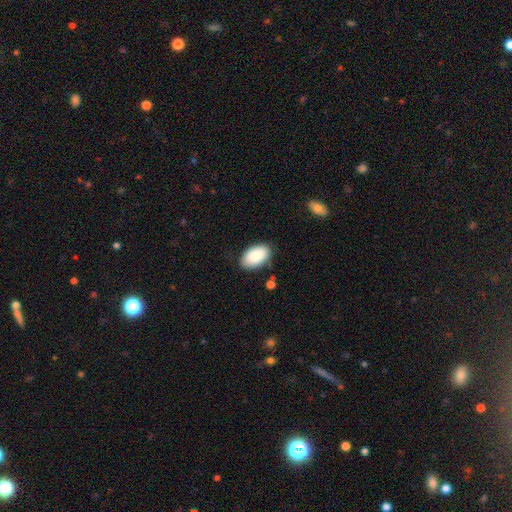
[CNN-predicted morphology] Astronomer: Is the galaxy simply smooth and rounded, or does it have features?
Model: smooth — 88%.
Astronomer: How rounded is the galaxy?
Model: in between — 94%.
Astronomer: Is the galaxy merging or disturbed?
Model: none — 82%.